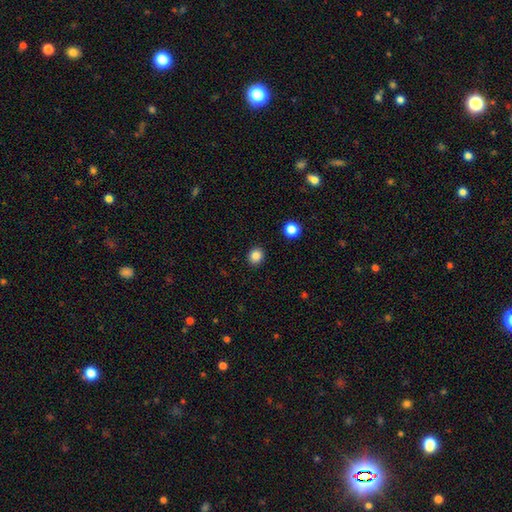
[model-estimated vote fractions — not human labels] smooth 85%, star or artifact 11%, featured or disk 4%. Down the decision tree: how rounded — round (73%); merging — none (90%).